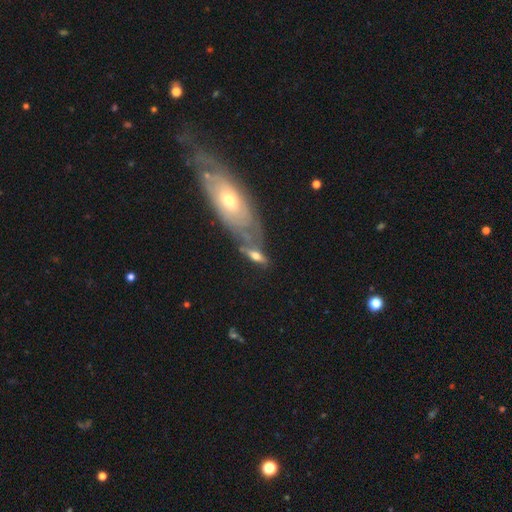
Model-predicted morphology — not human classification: featured or disk 46%, smooth 45%, star or artifact 8%. Down the decision tree: merging — none (38%).